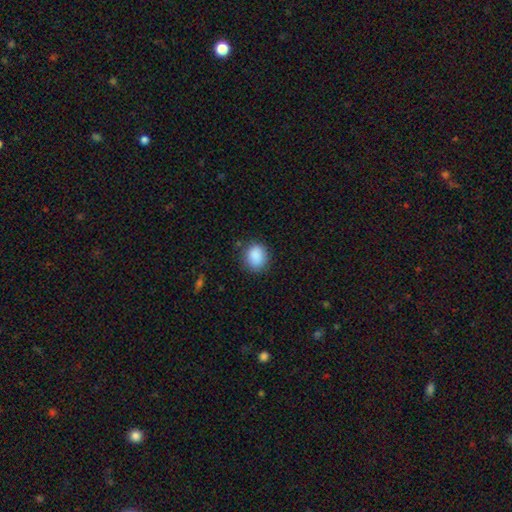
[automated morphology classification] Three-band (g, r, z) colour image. It shows a smooth galaxy with no disk features (88%) that is round (59%). Merging: none (82%).